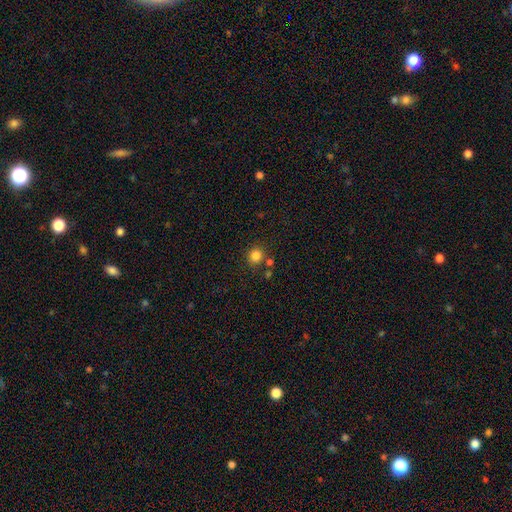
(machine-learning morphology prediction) Smooth or featured: smooth — 83% (star or artifact — 12%)
How rounded: round — 85% (in between — 14%)
Merging: none — 79% (minor disturbance — 9%)